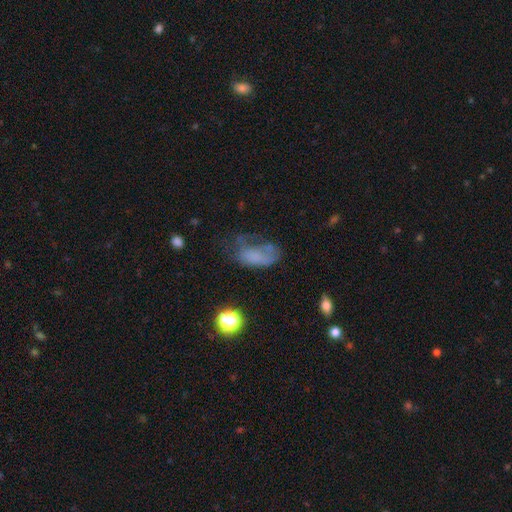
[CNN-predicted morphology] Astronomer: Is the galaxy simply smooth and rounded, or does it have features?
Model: smooth — 54% (runner-up: featured or disk, 30%).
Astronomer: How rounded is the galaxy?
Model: in between — 87%.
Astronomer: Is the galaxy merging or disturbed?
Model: major disturbance — 43% (runner-up: none, 27%).